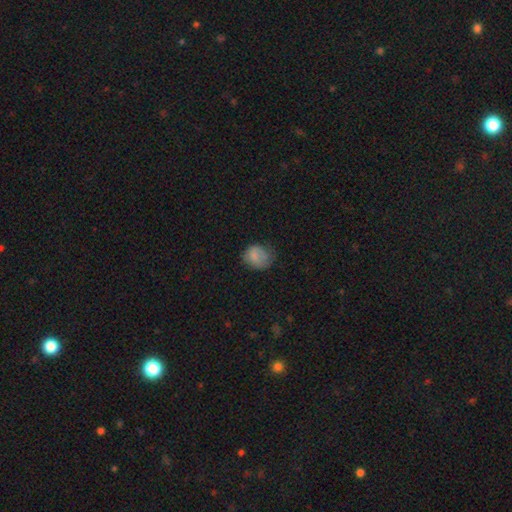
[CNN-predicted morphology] A smooth galaxy with no disk features (77%) that is round (59%).

Vote fractions:
- Smooth or featured? smooth: 77% / featured or disk: 14% / star or artifact: 9%
- How rounded? round: 59% / in between: 40% / cigar-shaped: 1%
- Merging? none: 52% / minor disturbance: 32% / major disturbance: 14% / merger: 1%